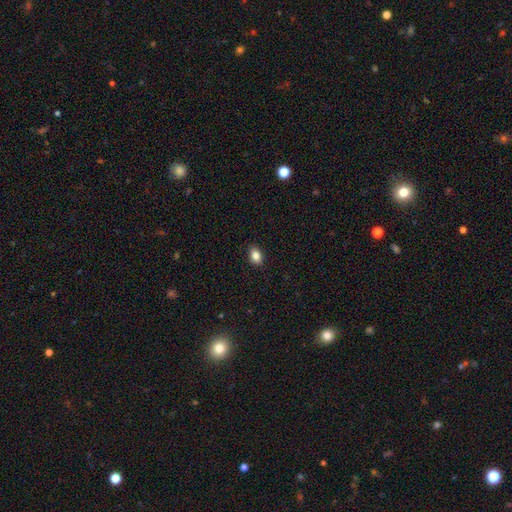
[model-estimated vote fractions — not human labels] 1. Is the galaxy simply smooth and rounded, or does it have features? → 85% smooth, 9% star or artifact, 6% featured or disk.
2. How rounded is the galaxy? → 79% in between, 19% round, 1% cigar-shaped.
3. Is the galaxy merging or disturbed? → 89% none, 8% minor disturbance, 2% major disturbance, 1% merger.